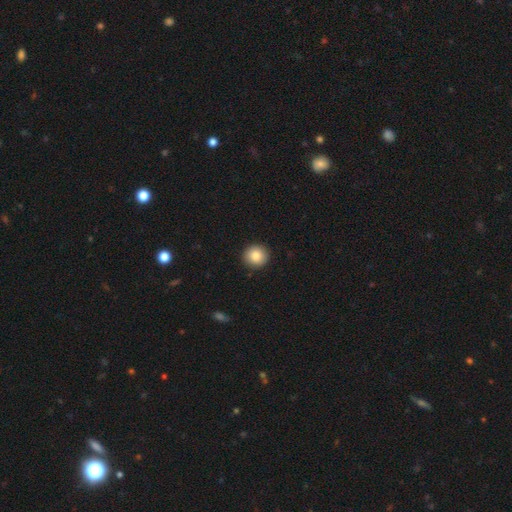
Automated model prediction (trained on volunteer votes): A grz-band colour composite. It shows a smooth galaxy with no disk features (85%) that is round (92%). Merging: none (92%).